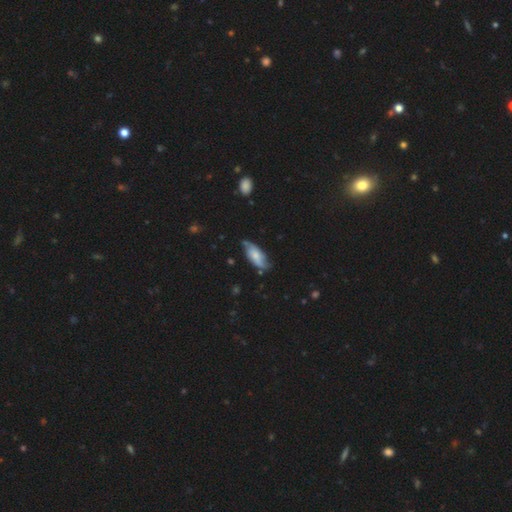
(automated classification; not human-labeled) Smooth or featured?
  - featured or disk: 50% *
  - smooth: 43%
  - star or artifact: 7%
Edge-on disk?
  - no: 85% *
  - yes: 15%
Merging?
  - none: 65% *
  - minor disturbance: 26%
  - major disturbance: 6%
  - merger: 3%